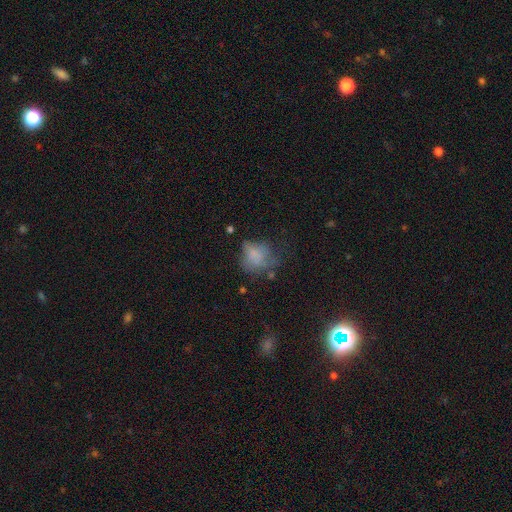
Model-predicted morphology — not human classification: Smooth or featured?
  - smooth: 64% *
  - featured or disk: 23%
  - star or artifact: 13%
How rounded?
  - round: 52% *
  - in between: 47%
  - cigar-shaped: 1%
Merging?
  - none: 34% *
  - major disturbance: 33%
  - minor disturbance: 28%
  - merger: 5%